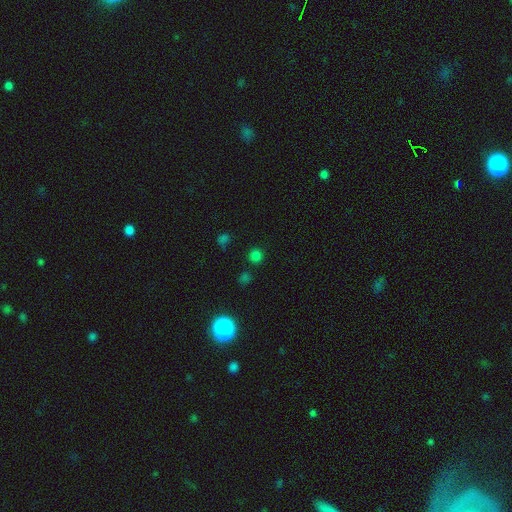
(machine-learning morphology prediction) Smooth or featured: smooth — 74% (star or artifact — 22%)
How rounded: round — 93% (in between — 6%)
Merging: none — 86% (minor disturbance — 7%)